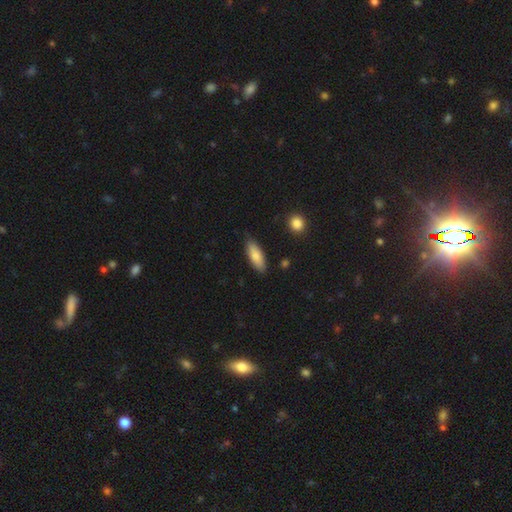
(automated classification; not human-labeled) Overall: smooth (82%). How rounded: in between (70%). Merging: none (83%).